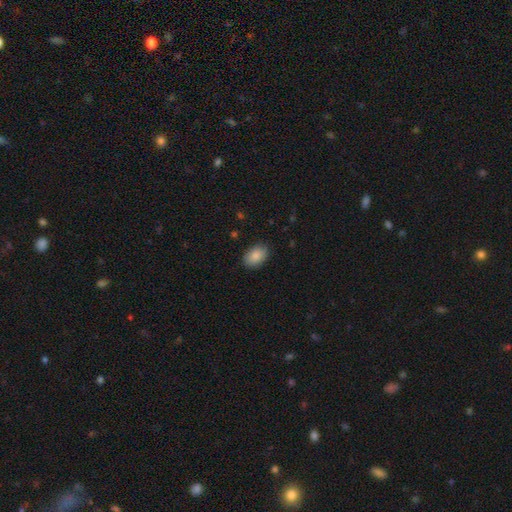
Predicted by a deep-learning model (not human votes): smooth 87%, star or artifact 7%, featured or disk 6%. Down the decision tree: how rounded — in between (87%); merging — none (87%).